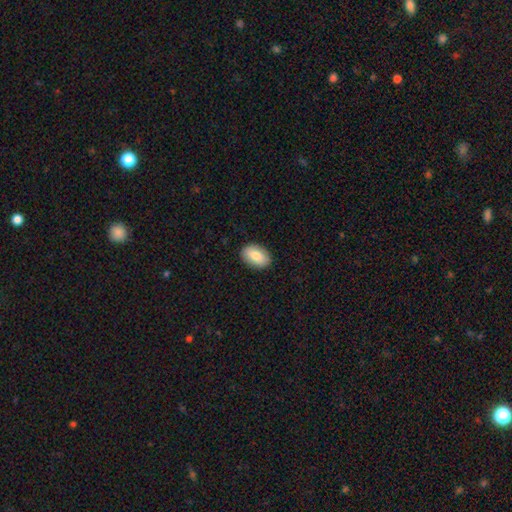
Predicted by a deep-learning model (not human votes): This appears to be a smooth galaxy with no disk features (80%) that is in between round and cigar-shaped (88%). Merging: none (89%).